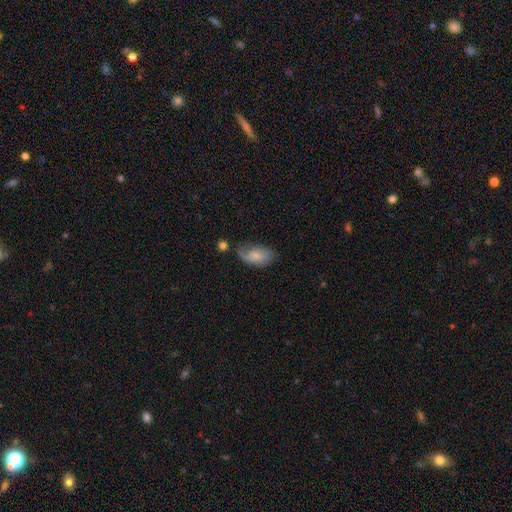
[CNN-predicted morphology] A smooth galaxy with no disk features (65%) that is in between round and cigar-shaped (92%). Merging: none (45%).